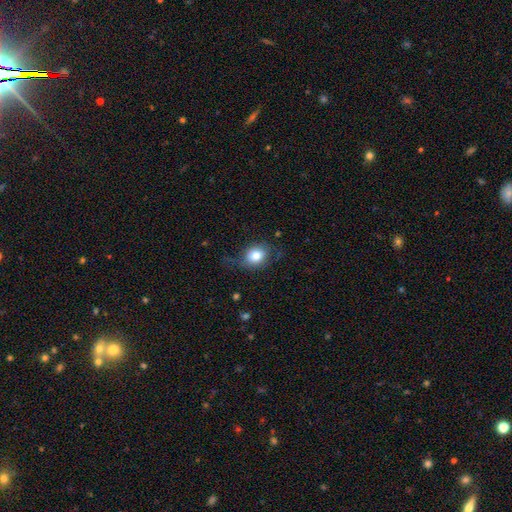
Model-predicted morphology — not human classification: smooth_or_featured: smooth (p=0.78) [alt: featured or disk p=0.13]
how_rounded: round (p=0.55) [alt: in between p=0.44]
merging: none (p=0.63) [alt: minor disturbance p=0.24]